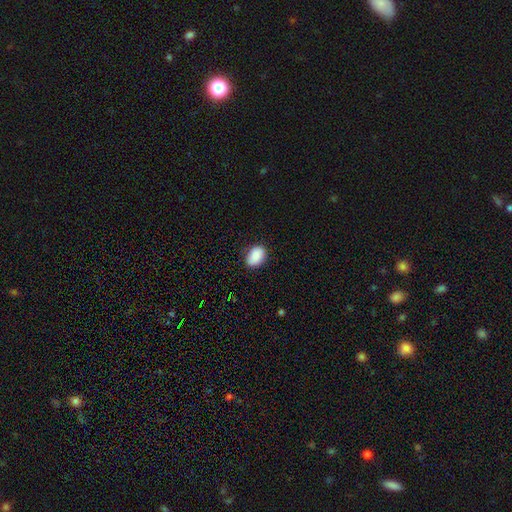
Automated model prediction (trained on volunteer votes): The model was most divided on "how rounded": in between: 77%, round: 22%, cigar-shaped: 1%. More confident: smooth or featured — smooth (88%); merging — none (81%).